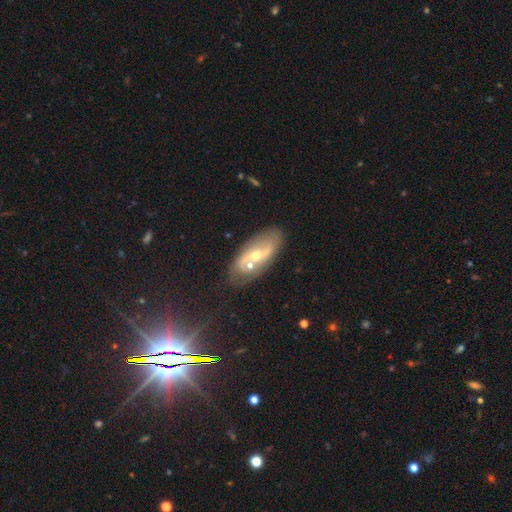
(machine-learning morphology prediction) Smooth or featured: featured or disk — 71% (smooth — 20%)
Edge-on disk: no — 90% (yes — 10%)
Bar: no — 46% (weak — 38%)
Spiral arms: yes — 73% (no — 27%)
Bulge size: moderate — 58% (small — 37%)
Merging: none — 65% (minor disturbance — 15%)